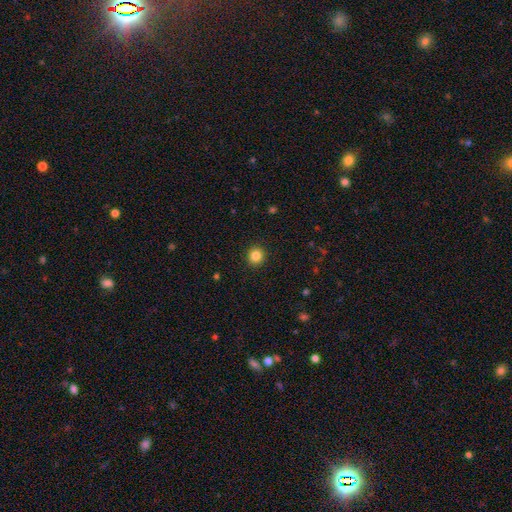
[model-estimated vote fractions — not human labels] This appears to be a smooth galaxy with no disk features (84%) that is round (91%). Merging: none (92%).